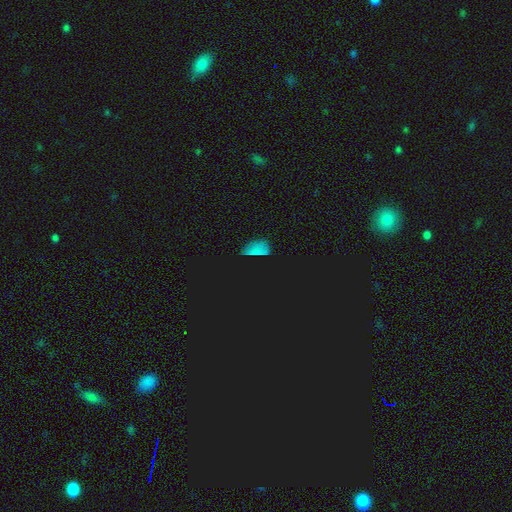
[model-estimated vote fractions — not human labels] smooth-or-featured: star or artifact: 62% | smooth: 31% | featured or disk: 7%